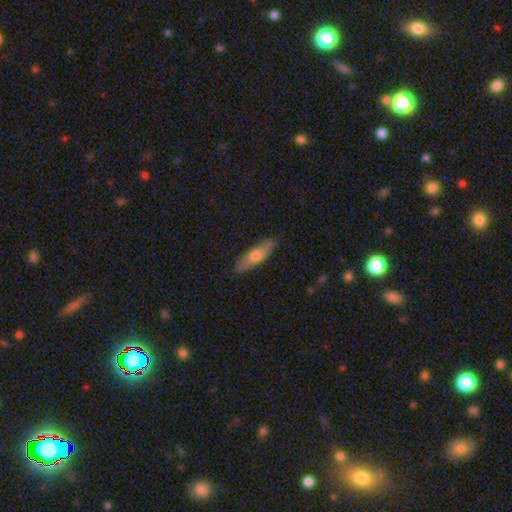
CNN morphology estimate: Smooth or featured? Predicted: smooth (p=0.63). How rounded? Predicted: cigar-shaped (p=0.58). Merging? Predicted: none (p=0.81).